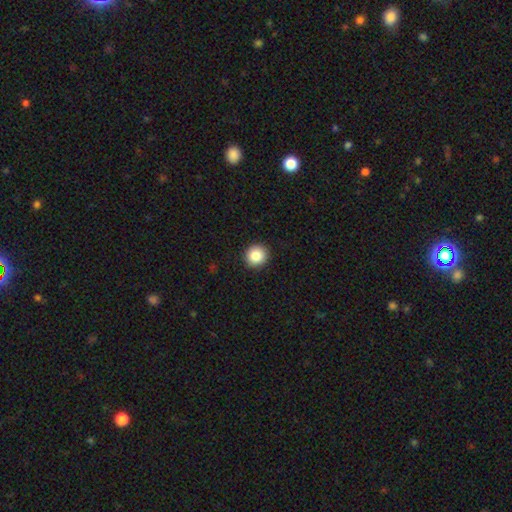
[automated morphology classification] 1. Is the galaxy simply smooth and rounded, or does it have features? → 85% smooth, 9% star or artifact, 5% featured or disk.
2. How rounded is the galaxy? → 93% round, 6% in between, 1% cigar-shaped.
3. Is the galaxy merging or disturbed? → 93% none, 5% minor disturbance, 2% major disturbance, 1% merger.